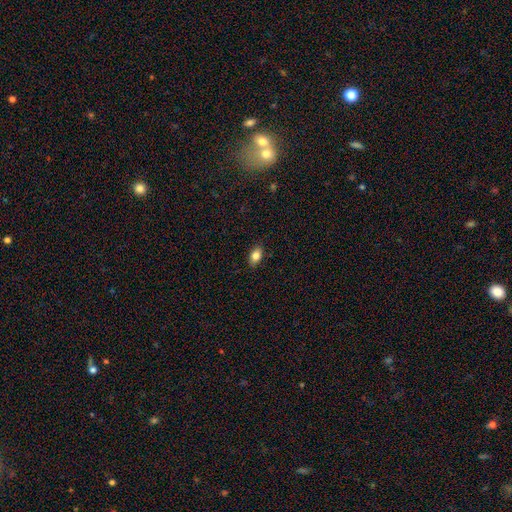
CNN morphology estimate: Smooth or featured? Predicted: smooth (p=0.83). How rounded? Predicted: in between (p=0.86). Merging? Predicted: none (p=0.87).